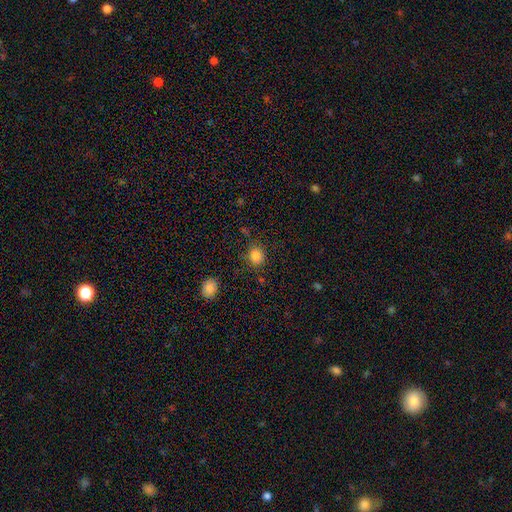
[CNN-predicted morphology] smooth 84%, star or artifact 11%, featured or disk 4%. Down the decision tree: how rounded — round (77%); merging — none (81%).